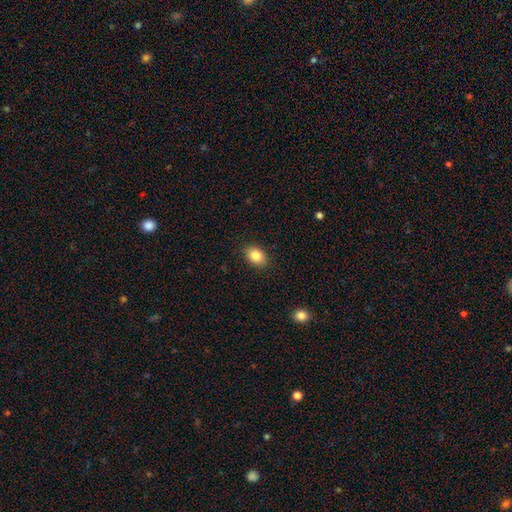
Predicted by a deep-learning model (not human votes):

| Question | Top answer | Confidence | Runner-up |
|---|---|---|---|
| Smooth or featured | smooth | 85% | star or artifact (9%) |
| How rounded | in between | 73% | round (26%) |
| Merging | none | 88% | minor disturbance (9%) |